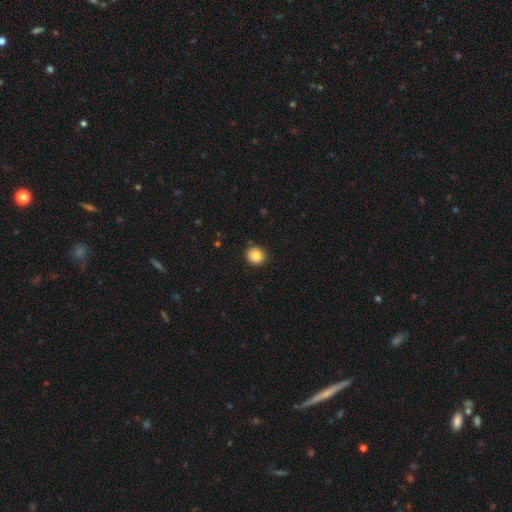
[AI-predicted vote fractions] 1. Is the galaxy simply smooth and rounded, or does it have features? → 85% smooth, 9% star or artifact, 6% featured or disk.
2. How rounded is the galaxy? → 87% round, 12% in between, 1% cigar-shaped.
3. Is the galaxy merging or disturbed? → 85% none, 11% minor disturbance, 2% major disturbance, 1% merger.